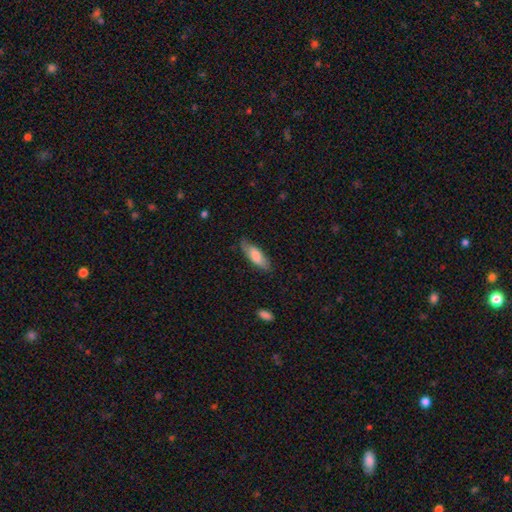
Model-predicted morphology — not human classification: A smooth galaxy with no disk features (76%) that is in between round and cigar-shaped (58%). Merging: none (76%).